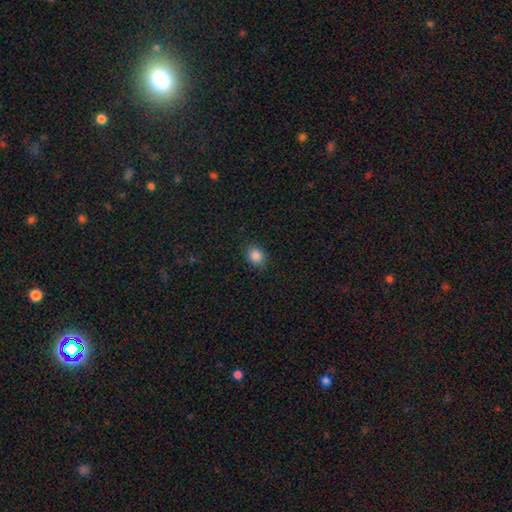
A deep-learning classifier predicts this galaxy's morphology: Smooth or featured? Predicted: smooth (p=0.86). How rounded? Predicted: round (p=0.62). Merging? Predicted: none (p=0.87).